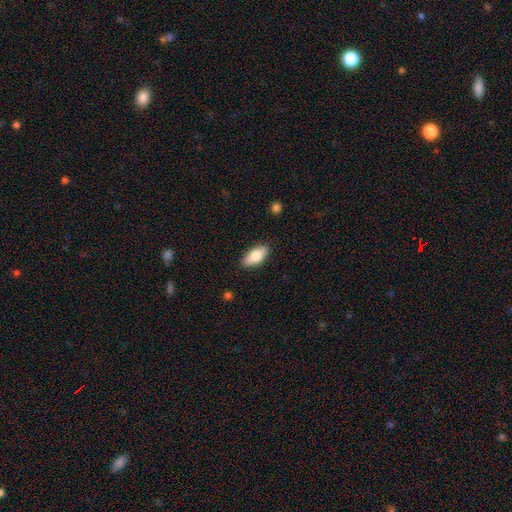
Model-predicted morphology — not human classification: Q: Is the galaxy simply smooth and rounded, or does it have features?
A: smooth — 79%.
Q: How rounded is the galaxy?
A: in between — 89%.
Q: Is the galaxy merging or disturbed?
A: none — 87%.